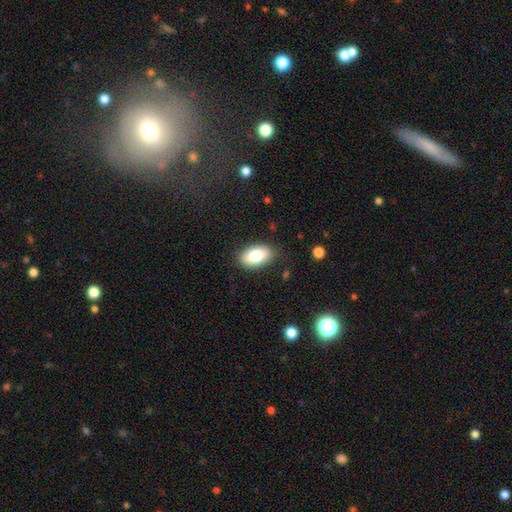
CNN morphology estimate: Smooth or featured: smooth — 79% (featured or disk — 14%)
How rounded: in between — 93% (round — 6%)
Merging: none — 85% (minor disturbance — 11%)